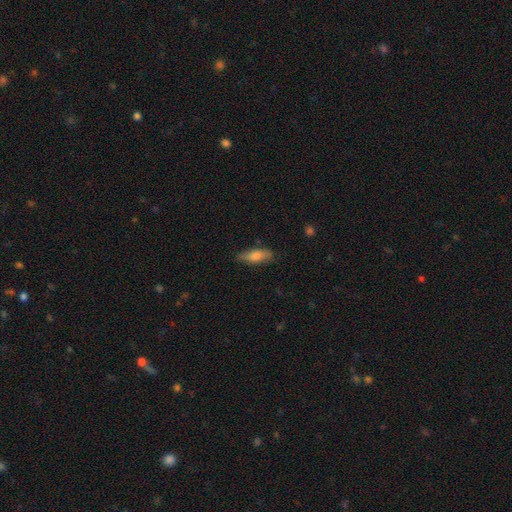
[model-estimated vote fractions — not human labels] Smooth or featured? Predicted: smooth (p=0.74). How rounded? Predicted: in between (p=0.56). Merging? Predicted: none (p=0.82).